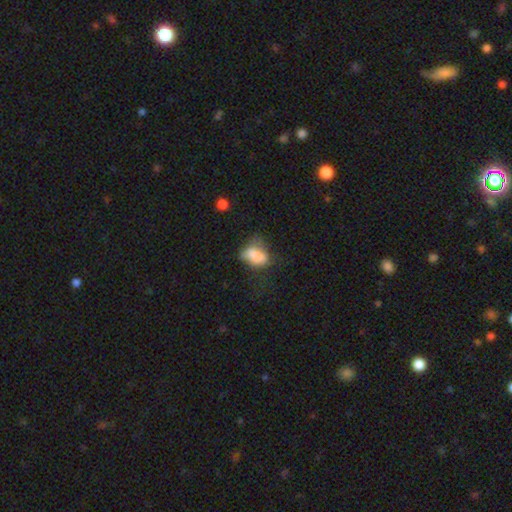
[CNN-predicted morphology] smooth_or_featured: smooth (p=0.70) [alt: featured or disk p=0.19]
how_rounded: in between (p=0.84) [alt: round p=0.13]
merging: major disturbance (p=0.35) [alt: minor disturbance p=0.30]